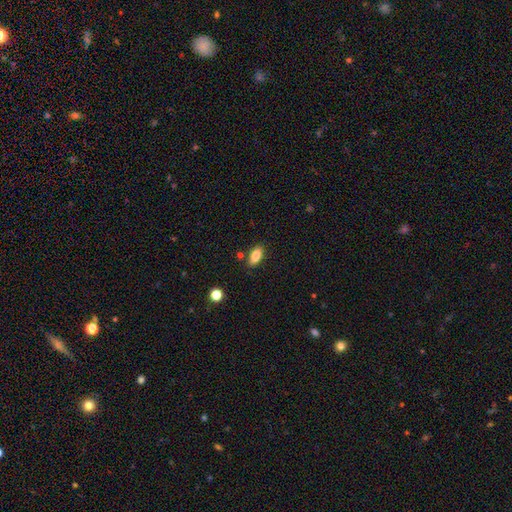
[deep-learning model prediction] Smooth or featured? smooth (82%)
How rounded? in between (88%)
Merging? none (83%)